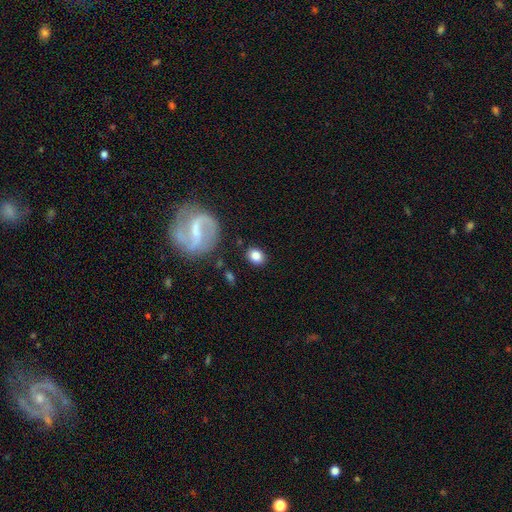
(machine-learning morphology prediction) This is likely a smooth galaxy (76%). How rounded: possibly in between (49%, tied with round). Merging: clearly none (83%).